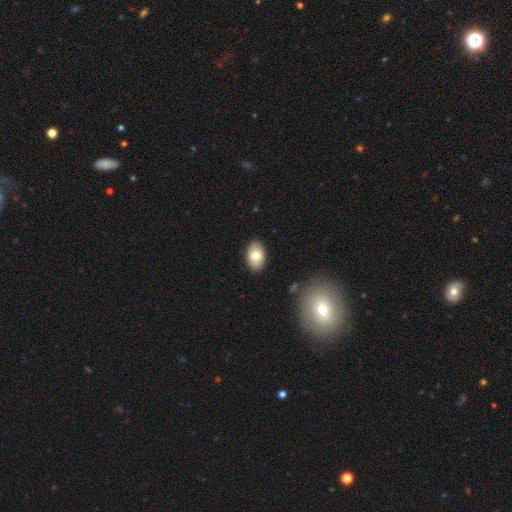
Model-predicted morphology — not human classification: Smooth or featured?
  - smooth: 76% *
  - featured or disk: 17%
  - star or artifact: 7%
How rounded?
  - in between: 91% *
  - round: 7%
  - cigar-shaped: 1%
Merging?
  - none: 89% *
  - minor disturbance: 8%
  - major disturbance: 2%
  - merger: 1%